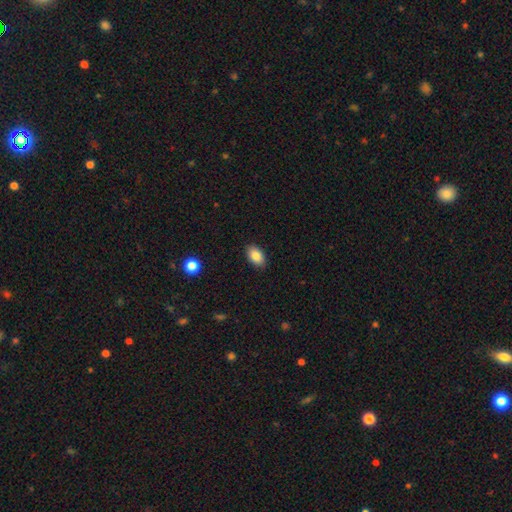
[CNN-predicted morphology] Smooth or featured: smooth — 86% (star or artifact — 8%)
How rounded: in between — 91% (round — 8%)
Merging: none — 88% (minor disturbance — 9%)